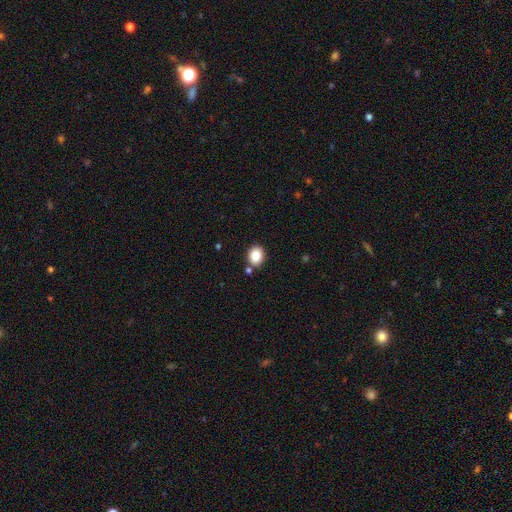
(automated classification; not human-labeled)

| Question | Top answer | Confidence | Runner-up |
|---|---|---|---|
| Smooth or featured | smooth | 84% | star or artifact (9%) |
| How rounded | round | 54% | in between (46%) |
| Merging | none | 82% | minor disturbance (9%) |